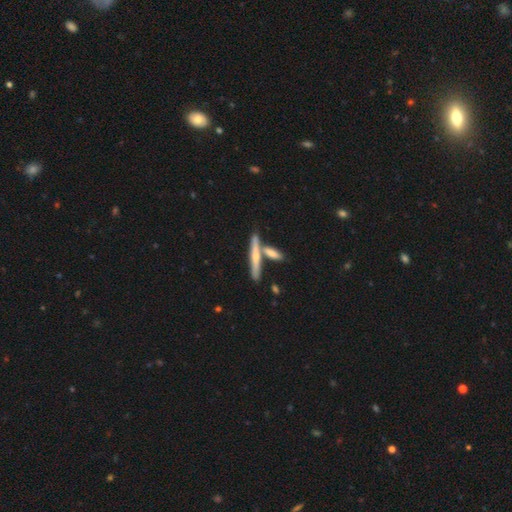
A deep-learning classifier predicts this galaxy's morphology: This appears to be a smooth galaxy with no disk features (47%). Merging: none (63%).